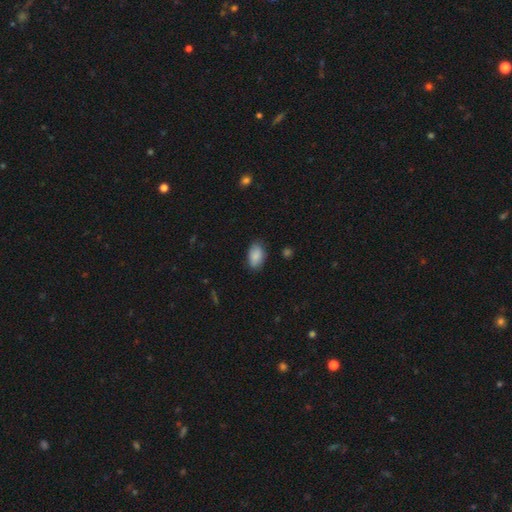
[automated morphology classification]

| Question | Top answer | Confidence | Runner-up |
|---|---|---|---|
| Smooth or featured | smooth | 87% | star or artifact (7%) |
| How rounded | in between | 91% | round (7%) |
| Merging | none | 80% | minor disturbance (16%) |